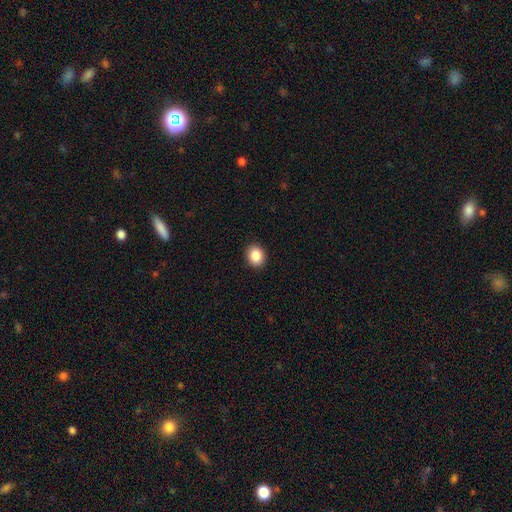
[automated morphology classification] Overall: smooth (87%). How rounded: round (57%; in between 42%). Merging: none (91%).